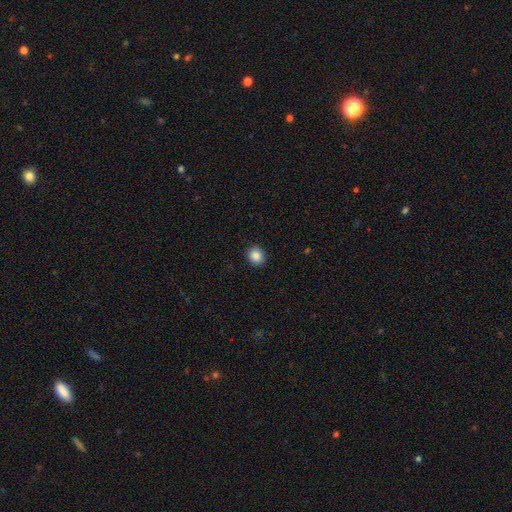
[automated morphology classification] Q: Smooth or featured?
A: smooth (86%); runner-up: star or artifact (9%)
Q: How rounded?
A: round (85%); runner-up: in between (15%)
Q: Merging?
A: none (93%); runner-up: minor disturbance (5%)